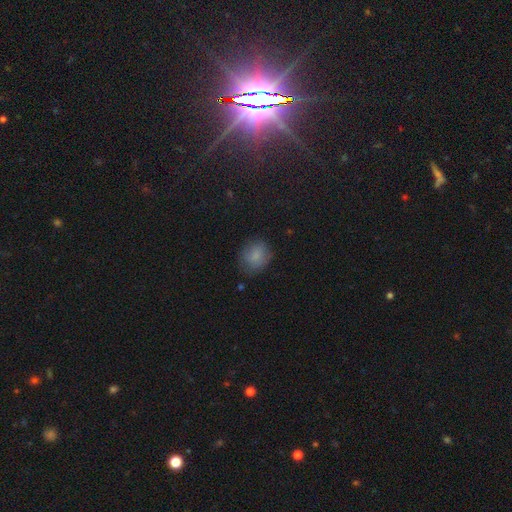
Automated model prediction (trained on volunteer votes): A smooth galaxy with no disk features (82%) that is round (64%).

Vote fractions:
- Smooth or featured? smooth: 82% / star or artifact: 10% / featured or disk: 8%
- How rounded? round: 64% / in between: 35% / cigar-shaped: 1%
- Merging? none: 74% / minor disturbance: 19% / major disturbance: 5% / merger: 1%